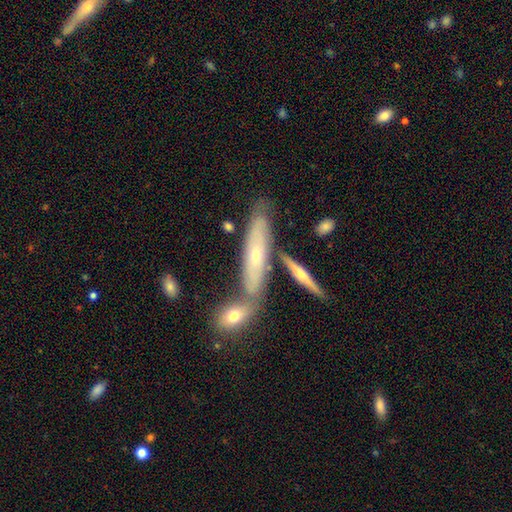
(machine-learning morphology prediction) type=featured or disk (63%); edge-on=yes (55%); merging=none (62%).